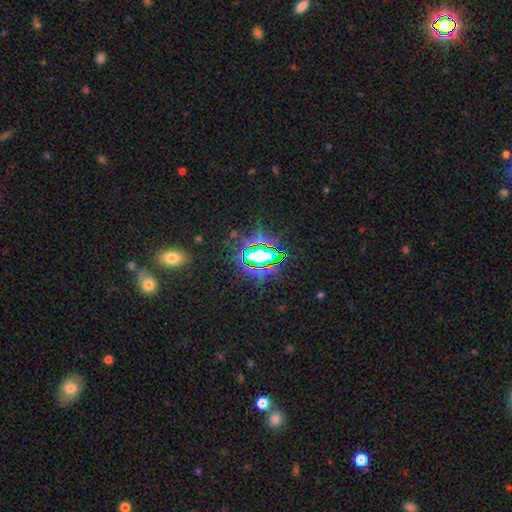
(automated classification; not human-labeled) Morphology: type=star or artifact (74%).